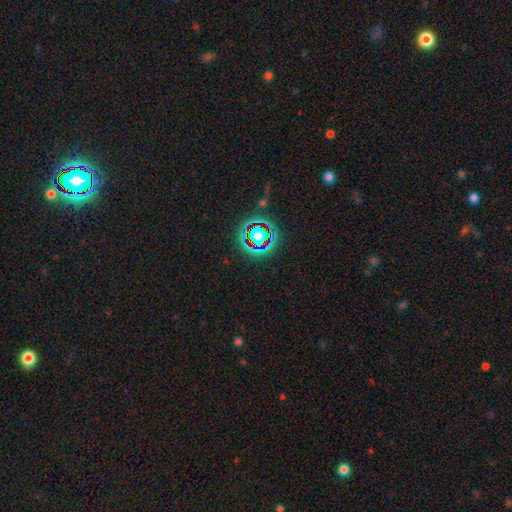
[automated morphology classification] The model was most divided on "smooth or featured": star or artifact: 70%, smooth: 17%, featured or disk: 12%.